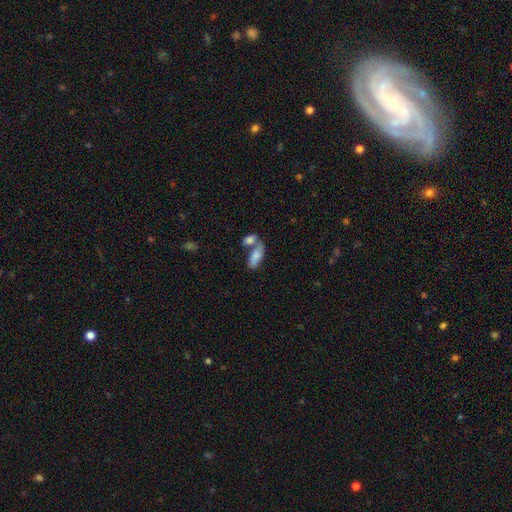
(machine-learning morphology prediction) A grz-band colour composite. It shows a smooth galaxy with no disk features (77%) that is in between round and cigar-shaped (82%). Merging: merger (49%).